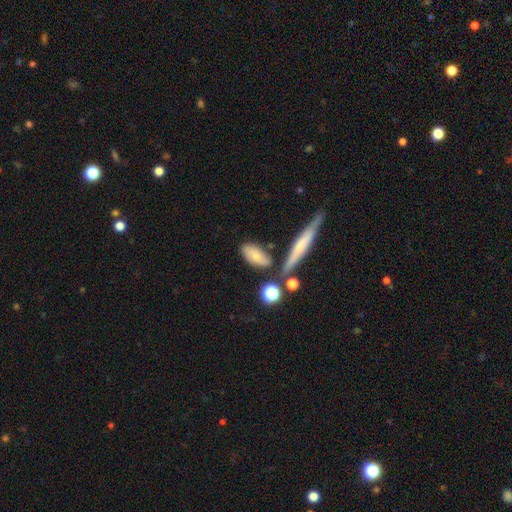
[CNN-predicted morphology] type=smooth (67%); roundness=in between (77%); merging=none (64%).